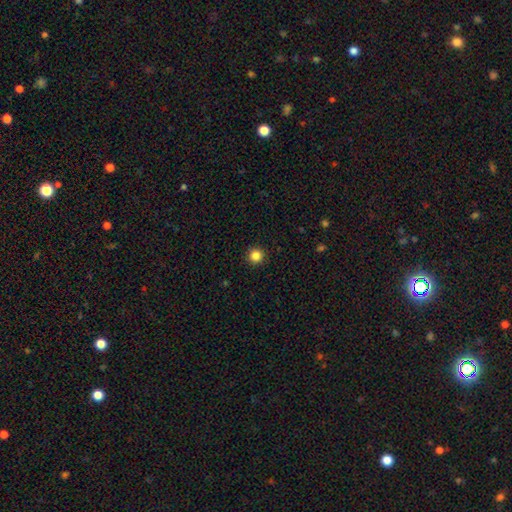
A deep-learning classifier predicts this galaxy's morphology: A smooth galaxy with no disk features (85%) that is round (95%).

Vote fractions:
- Smooth or featured? smooth: 85% / star or artifact: 12% / featured or disk: 4%
- How rounded? round: 95% / in between: 4% / cigar-shaped: 1%
- Merging? none: 93% / minor disturbance: 4% / major disturbance: 2% / merger: 1%